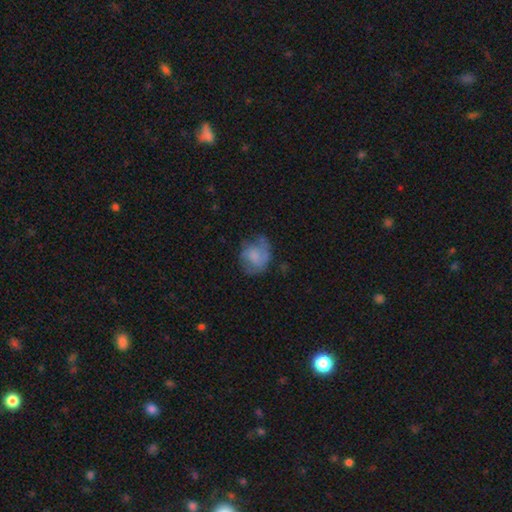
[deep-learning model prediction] smooth-or-featured: smooth: 57% | featured or disk: 34% | star or artifact: 8%
  how-rounded: round: 65% | in between: 34% | cigar-shaped: 1%
  merging: none: 54% | minor disturbance: 27% | major disturbance: 16% | merger: 2%